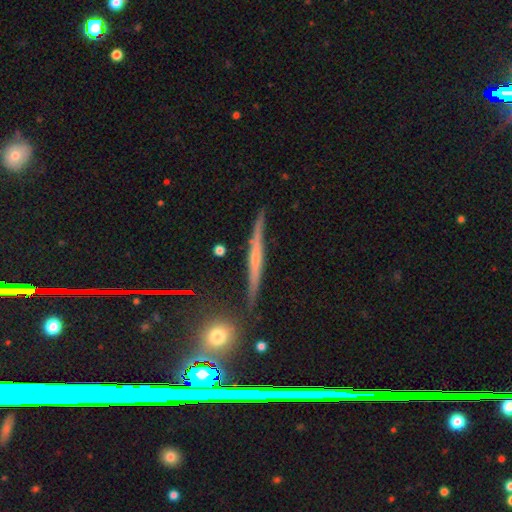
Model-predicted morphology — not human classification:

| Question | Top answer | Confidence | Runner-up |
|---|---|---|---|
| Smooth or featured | featured or disk | 64% | smooth (27%) |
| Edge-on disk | yes | 96% | no (4%) |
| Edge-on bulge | none | 57% | rounded (31%) |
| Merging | none | 84% | minor disturbance (11%) |